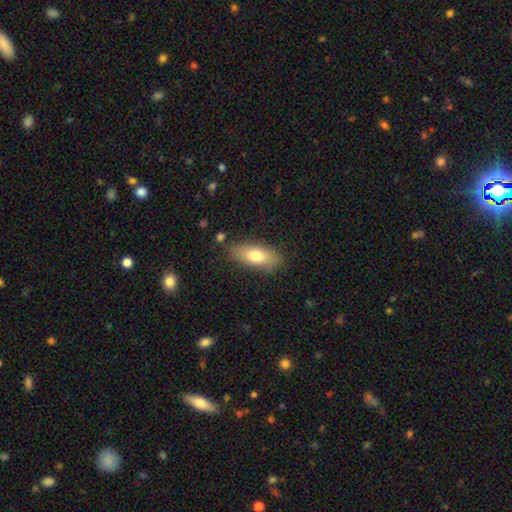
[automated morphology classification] Smooth or featured?
  - smooth: 72% *
  - featured or disk: 21%
  - star or artifact: 7%
How rounded?
  - in between: 77% *
  - cigar-shaped: 20%
  - round: 4%
Merging?
  - none: 82% *
  - minor disturbance: 13%
  - major disturbance: 3%
  - merger: 3%